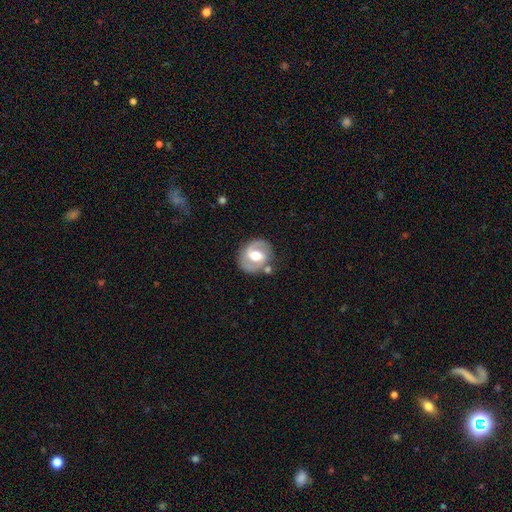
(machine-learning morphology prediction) A featured or disk galaxy (72%) with a weak bar (46%), 2 (84%) medium (49%) spiral arms (77%) and a moderate central bulge (69%).

Vote fractions:
- Smooth or featured? featured or disk: 72% / smooth: 22% / star or artifact: 6%
- Edge-on disk? no: 96% / yes: 4%
- Bar? weak: 46% / strong: 29% / no: 25%
- Spiral arms? yes: 77% / no: 23%
- Spiral winding? medium: 49% / tight: 34% / loose: 17%
- Spiral arm count? 2: 84% / can't tell: 8% / 1: 5% / 3: 1% / 4: 1% / more than 4: 1%
- Bulge size? moderate: 69% / large: 20% / small: 8% / dominant: 1% / none: 1%
- Merging? none: 76% / minor disturbance: 14% / merger: 5% / major disturbance: 5%